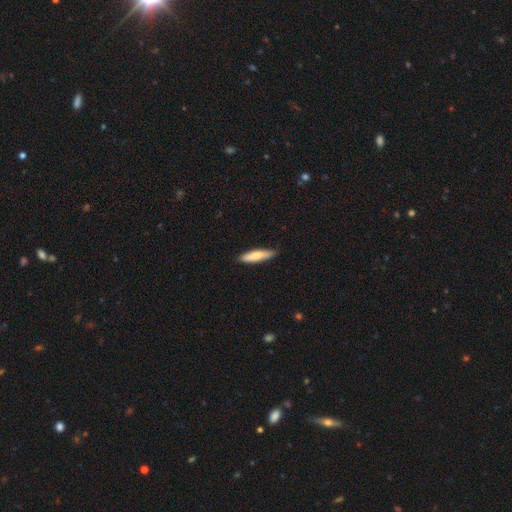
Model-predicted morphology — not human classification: A smooth galaxy with no disk features (76%) that is cigar-shaped (77%). Merging: none (84%).